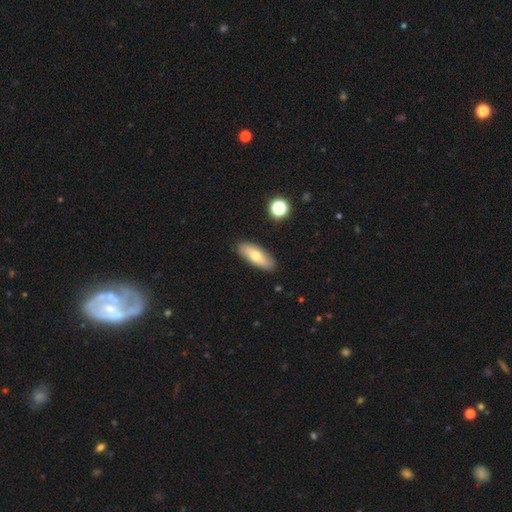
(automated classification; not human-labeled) A smooth galaxy with no disk features (65%) that is in between round and cigar-shaped (70%). Merging: none (88%).